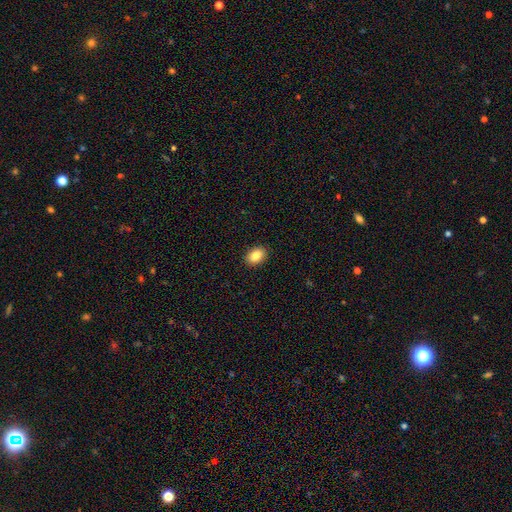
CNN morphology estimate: This appears to be a smooth galaxy with no disk features (86%) that is in between round and cigar-shaped (78%). Merging: none (91%).